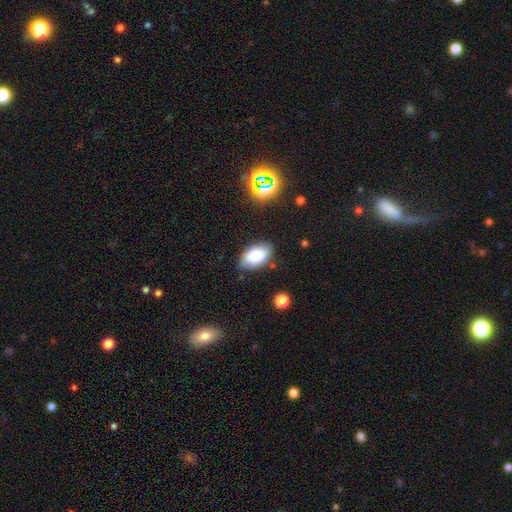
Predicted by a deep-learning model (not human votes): Overall: smooth (82%). How rounded: in between (94%). Merging: none (82%).